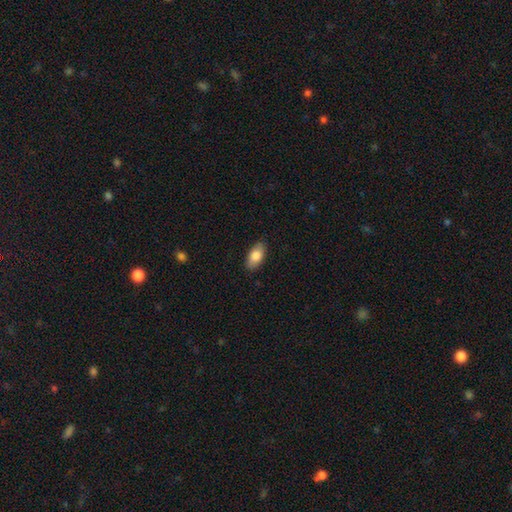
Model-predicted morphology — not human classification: Smooth or featured? Predicted: smooth (p=0.82). How rounded? Predicted: in between (p=0.91). Merging? Predicted: none (p=0.87).